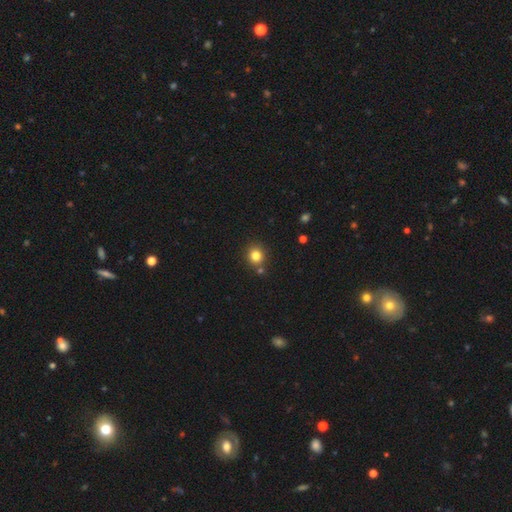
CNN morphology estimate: Smooth or featured?
  - smooth: 81% *
  - star or artifact: 13%
  - featured or disk: 6%
How rounded?
  - round: 89% *
  - in between: 10%
  - cigar-shaped: 1%
Merging?
  - none: 82% *
  - minor disturbance: 8%
  - merger: 8%
  - major disturbance: 2%